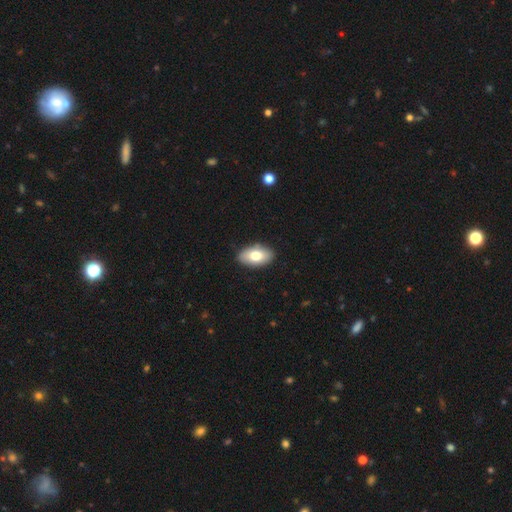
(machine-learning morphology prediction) type=smooth (76%); roundness=in between (93%); merging=none (88%).